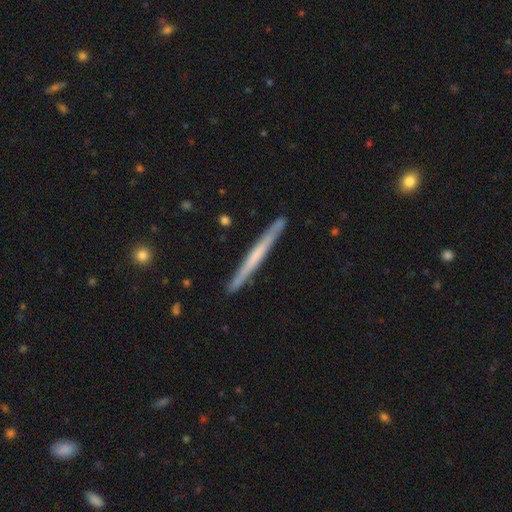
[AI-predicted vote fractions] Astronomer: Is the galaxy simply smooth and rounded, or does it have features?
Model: featured or disk — 52% (runner-up: smooth, 43%).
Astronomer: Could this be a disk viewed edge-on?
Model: yes — 97%.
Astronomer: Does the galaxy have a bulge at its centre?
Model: none — 80%.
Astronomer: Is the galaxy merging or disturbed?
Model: none — 90%.